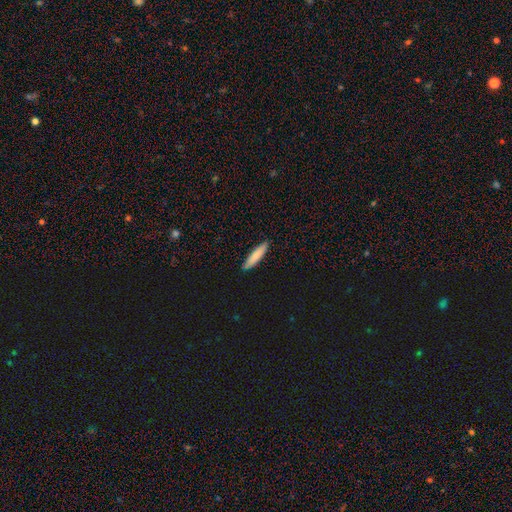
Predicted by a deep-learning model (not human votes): This appears to be a smooth galaxy with no disk features (82%) that is cigar-shaped (83%). Merging: none (89%).